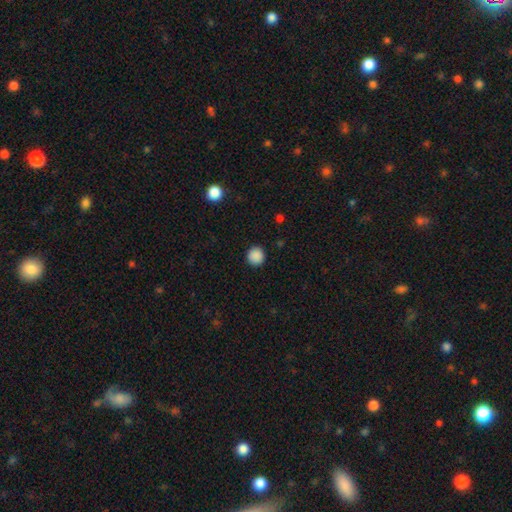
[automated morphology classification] Smooth or featured? smooth (88%)
How rounded? round (94%)
Merging? none (91%)